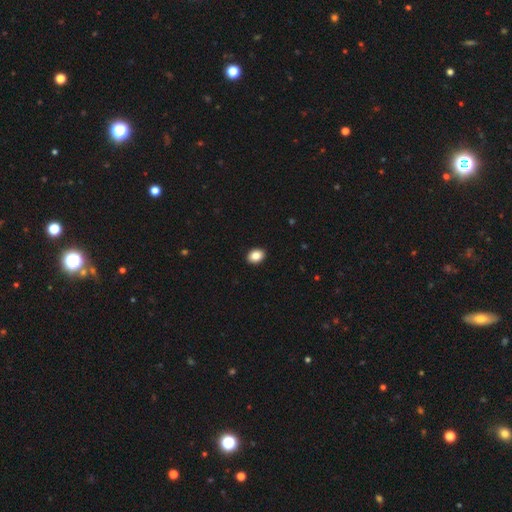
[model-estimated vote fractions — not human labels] This appears to be a smooth galaxy with no disk features (87%) that is in between round and cigar-shaped (69%). Merging: none (92%).